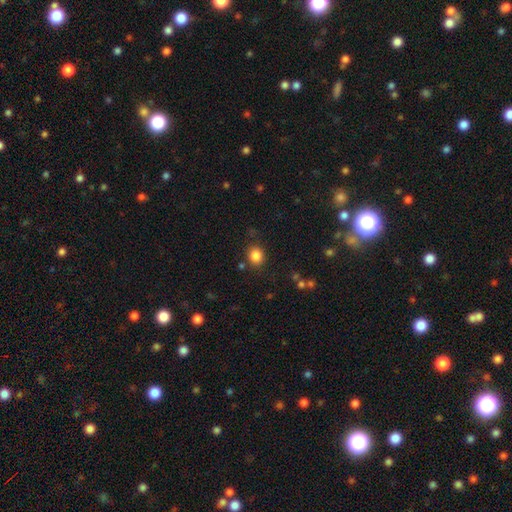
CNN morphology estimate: A smooth galaxy with no disk features (85%) that is round (75%).

Vote fractions:
- Smooth or featured? smooth: 85% / star or artifact: 11% / featured or disk: 4%
- How rounded? round: 75% / in between: 24% / cigar-shaped: 1%
- Merging? none: 85% / minor disturbance: 9% / major disturbance: 3% / merger: 3%